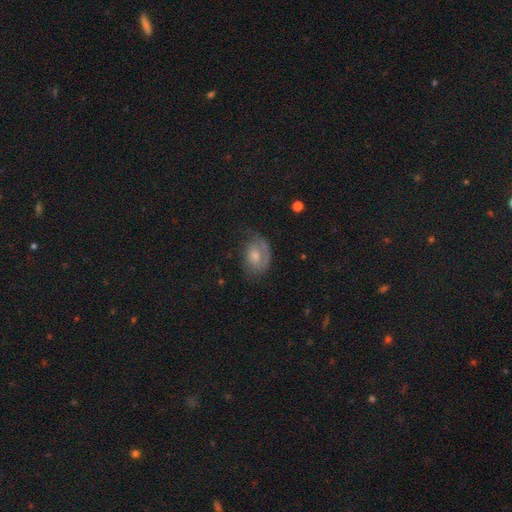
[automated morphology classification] A featured or disk galaxy (46%). Merging: none (53%).